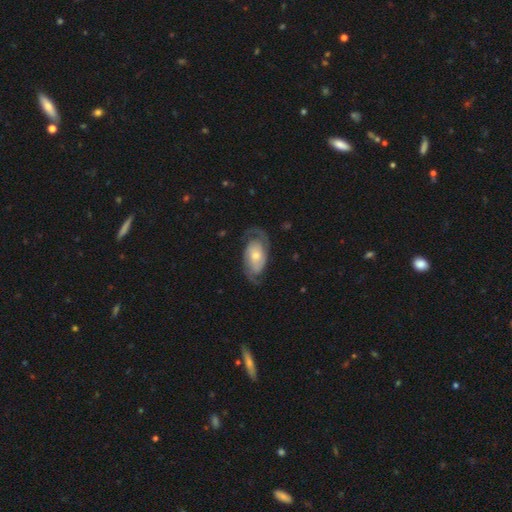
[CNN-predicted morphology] Q: Smooth or featured?
A: featured or disk (77%); runner-up: smooth (18%)
Q: Edge-on disk?
A: no (95%); runner-up: yes (5%)
Q: Bar?
A: no (67%); runner-up: weak (26%)
Q: Spiral arms?
A: yes (92%); runner-up: no (8%)
Q: Spiral winding?
A: medium (42%); runner-up: tight (34%)
Q: Spiral arm count?
A: 2 (83%); runner-up: can't tell (8%)
Q: Bulge size?
A: small (50%); runner-up: moderate (40%)
Q: Merging?
A: none (68%); runner-up: minor disturbance (18%)